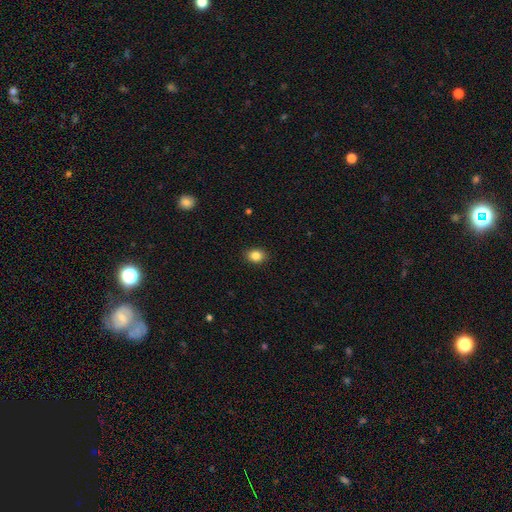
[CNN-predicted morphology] This appears to be a smooth galaxy with no disk features (86%) that is in between round and cigar-shaped (53%). Merging: none (89%).